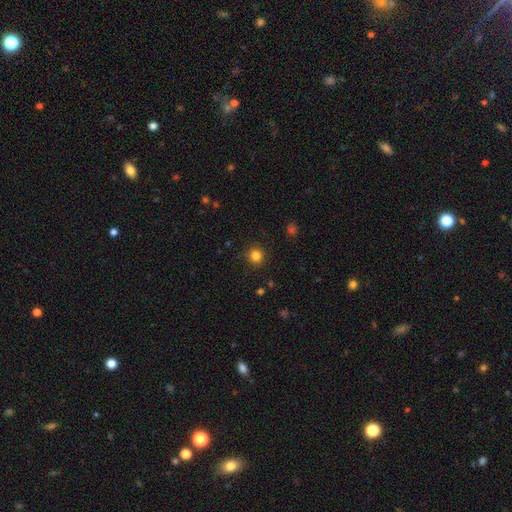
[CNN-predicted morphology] smooth 83%, star or artifact 13%, featured or disk 4%. Down the decision tree: how rounded — round (94%); merging — none (91%).